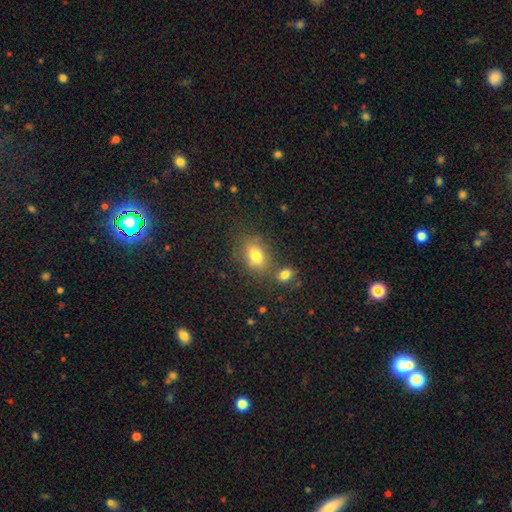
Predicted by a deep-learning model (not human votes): Morphology: type=smooth (79%); roundness=in between (76%); merging=none (61%).